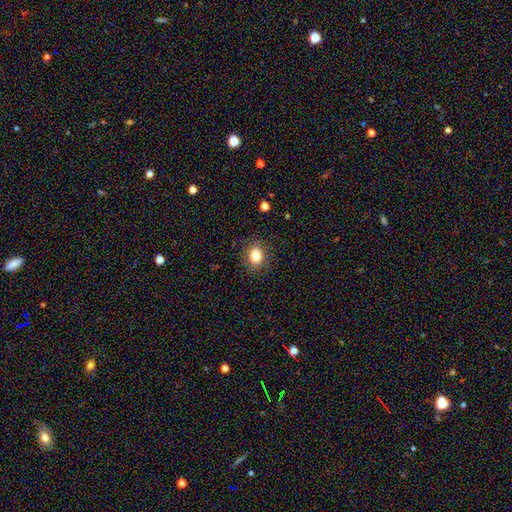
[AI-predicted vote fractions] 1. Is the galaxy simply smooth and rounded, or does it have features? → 81% smooth, 11% star or artifact, 8% featured or disk.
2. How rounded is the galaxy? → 51% round, 48% in between, 1% cigar-shaped.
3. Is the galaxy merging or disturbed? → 86% none, 10% minor disturbance, 3% major disturbance, 1% merger.